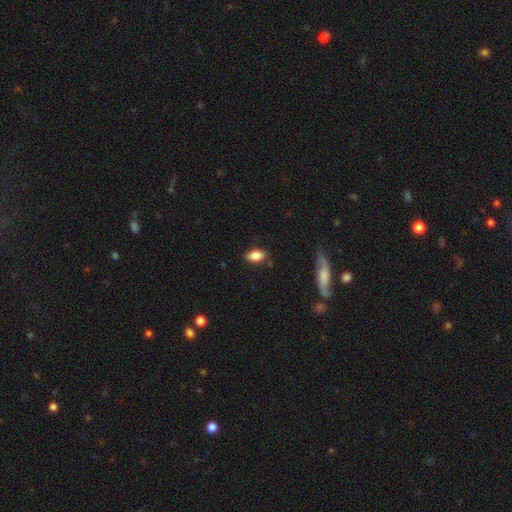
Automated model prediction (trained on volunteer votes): Overall: smooth (85%). How rounded: in between (90%). Merging: none (81%).